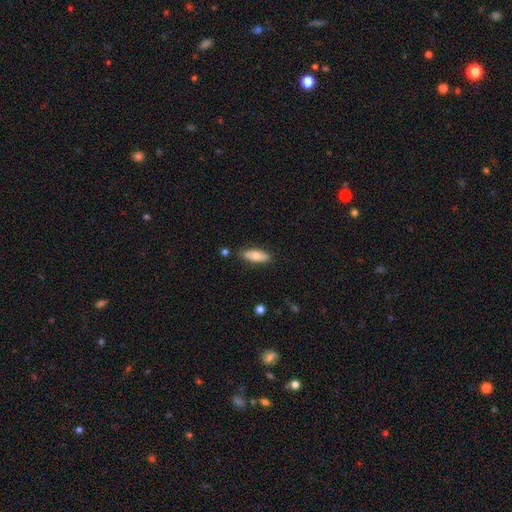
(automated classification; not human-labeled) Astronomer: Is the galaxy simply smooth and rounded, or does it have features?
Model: smooth — 73%.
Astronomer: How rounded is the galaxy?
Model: in between — 70%.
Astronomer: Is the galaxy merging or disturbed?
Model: none — 83%.